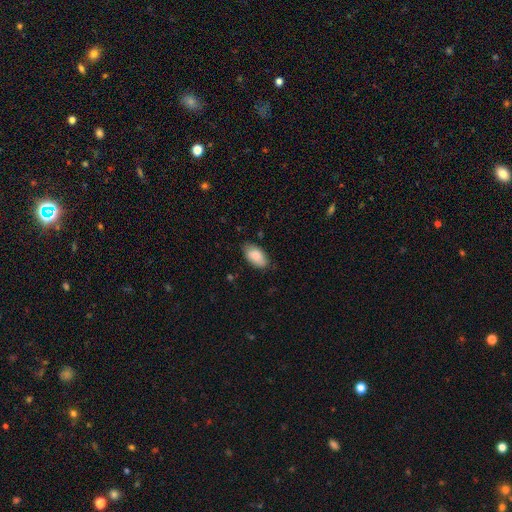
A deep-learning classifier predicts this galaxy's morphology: This is clearly a smooth galaxy (85%). How rounded: clearly in between (94%). Merging: likely none (79%).